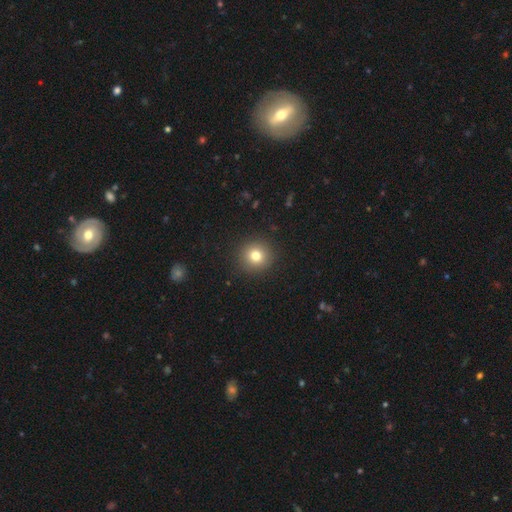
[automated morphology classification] The model was most divided on "smooth or featured": smooth: 78%, star or artifact: 13%, featured or disk: 9%. More confident: how rounded — round (94%); merging — none (92%).